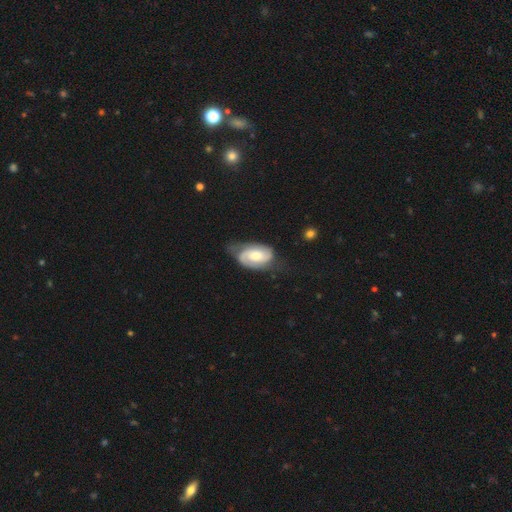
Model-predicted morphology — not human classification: This is likely a featured or disk galaxy (75%). It is clearly not viewed edge-on (96%). Bar: possibly no (51%). Spiral arm pattern: clearly yes (94%). Spiral arm count: clearly 2 (80%). Spiral winding: marginally medium (43%). Central bulge: possibly moderate (58%). Merging: possibly none (54%).